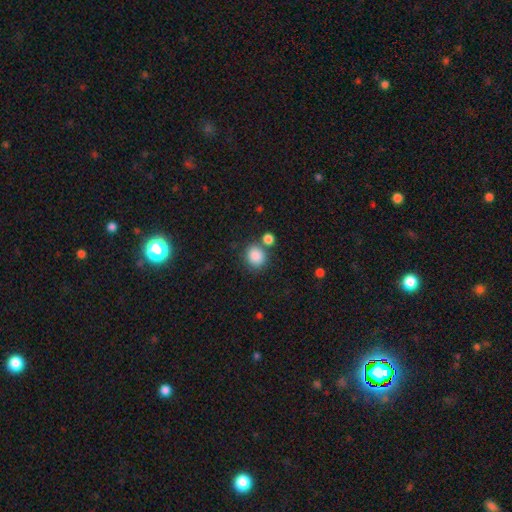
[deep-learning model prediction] This is clearly a smooth galaxy (87%). How rounded: likely round (79%). Merging: likely none (68%).